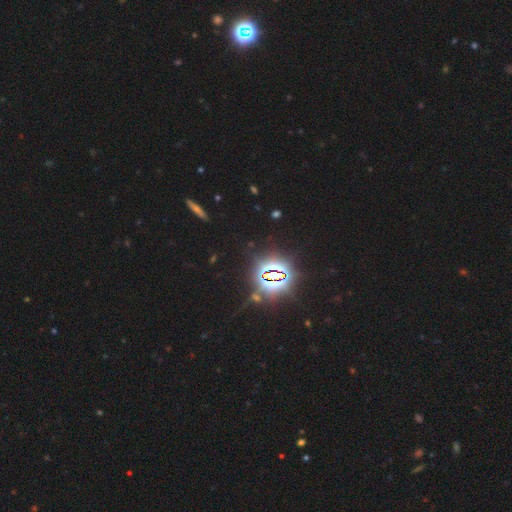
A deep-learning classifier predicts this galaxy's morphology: type=star or artifact (83%).